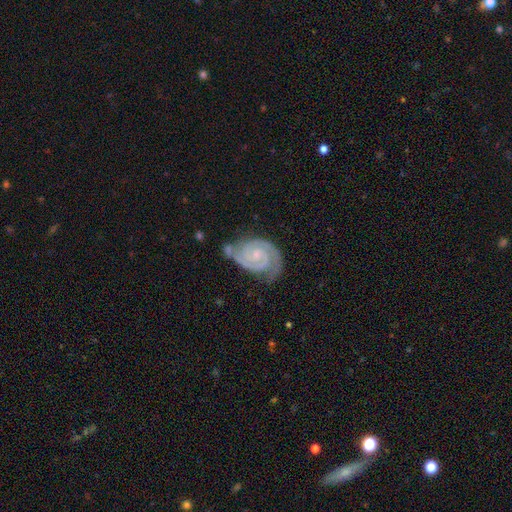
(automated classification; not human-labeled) Morphology: type=featured or disk (91%); edge-on=no (98%); bar=no (60%); spiral arms=yes (99%); winding=tight (73%); arm count=2 (88%); bulge=small (63%); merging=none (63%).